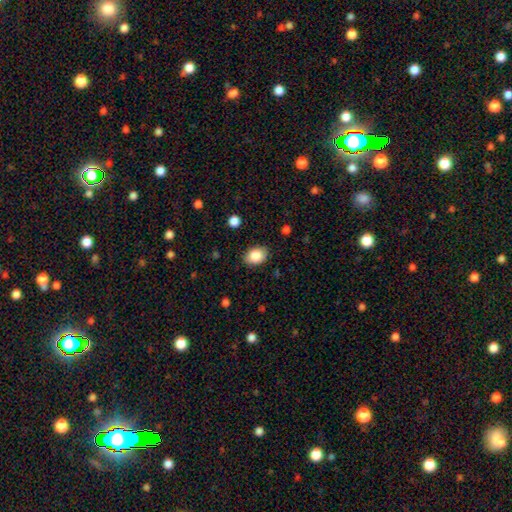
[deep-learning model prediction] This appears to be a smooth galaxy with no disk features (85%) that is in between round and cigar-shaped (74%). Merging: none (85%).